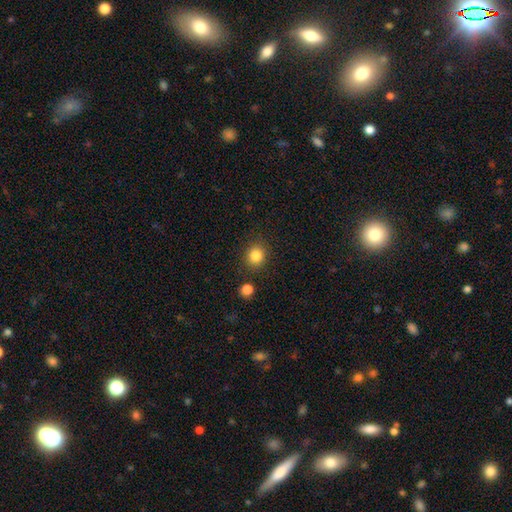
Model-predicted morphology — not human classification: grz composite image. It shows a smooth galaxy with no disk features (84%) that is round (84%). Merging: none (85%).